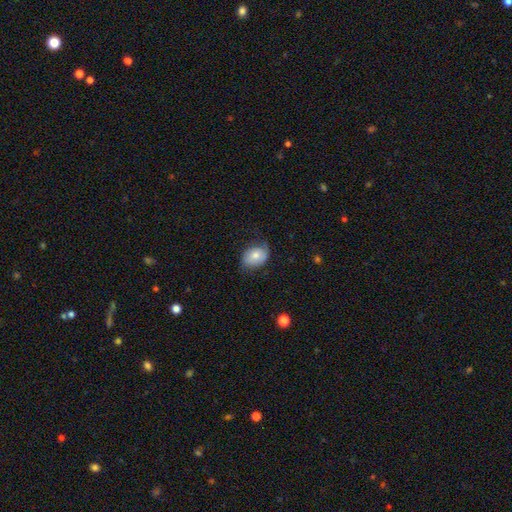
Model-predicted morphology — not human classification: smooth-or-featured: smooth: 68% | featured or disk: 25% | star or artifact: 7%
  how-rounded: in between: 76% | round: 23% | cigar-shaped: 1%
  merging: none: 62% | minor disturbance: 28% | major disturbance: 10% | merger: 1%